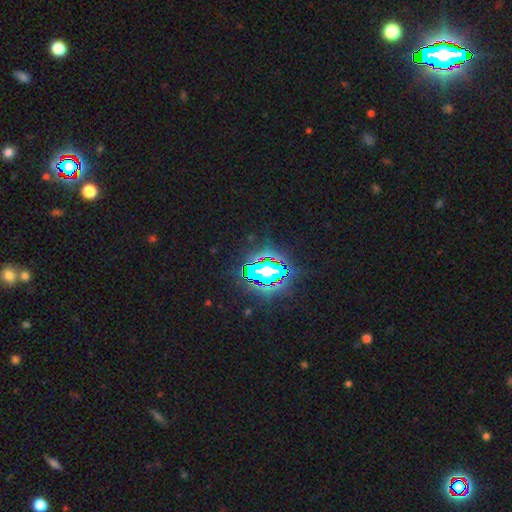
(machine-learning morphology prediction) smooth_or_featured: star or artifact (p=0.85) [alt: smooth p=0.09]